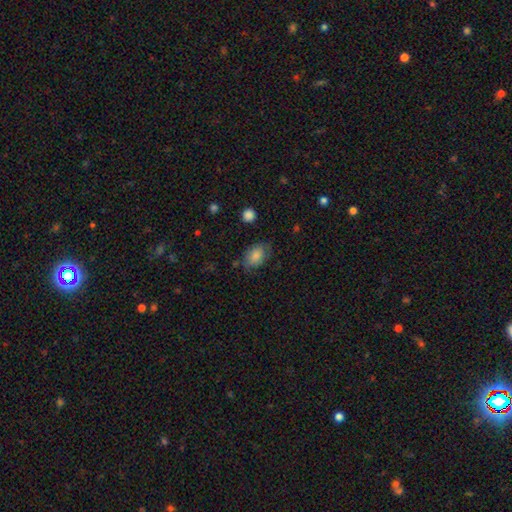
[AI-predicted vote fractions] Smooth or featured?
  - smooth: 83% *
  - featured or disk: 9%
  - star or artifact: 8%
How rounded?
  - in between: 85% *
  - round: 13%
  - cigar-shaped: 1%
Merging?
  - none: 69% *
  - minor disturbance: 22%
  - major disturbance: 6%
  - merger: 2%